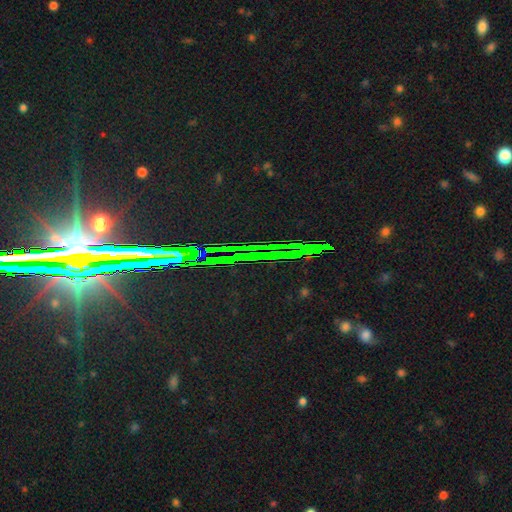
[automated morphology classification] The model was most divided on "smooth or featured": star or artifact: 81%, featured or disk: 12%, smooth: 7%.